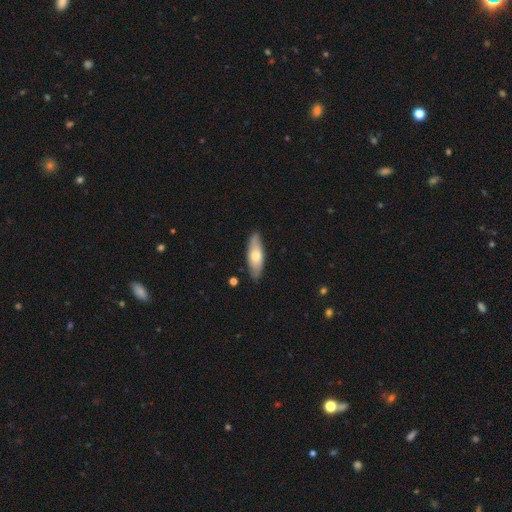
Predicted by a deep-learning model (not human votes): Smooth or featured? Predicted: smooth (p=0.59). How rounded? Predicted: in between (p=0.66). Merging? Predicted: none (p=0.83).